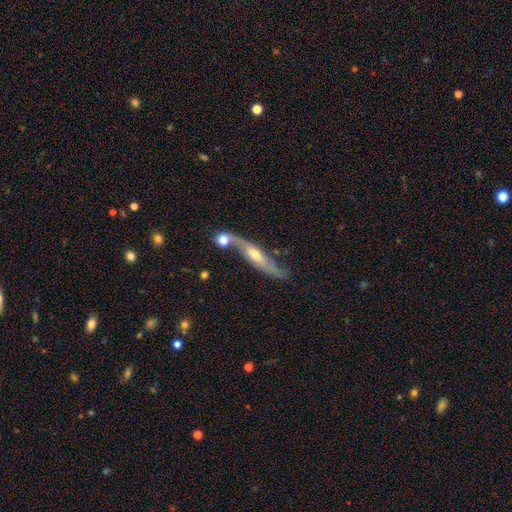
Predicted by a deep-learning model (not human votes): featured or disk 75%, smooth 18%, star or artifact 7%. Down the decision tree: edge-on disk — yes (63%); merging — none (51%).